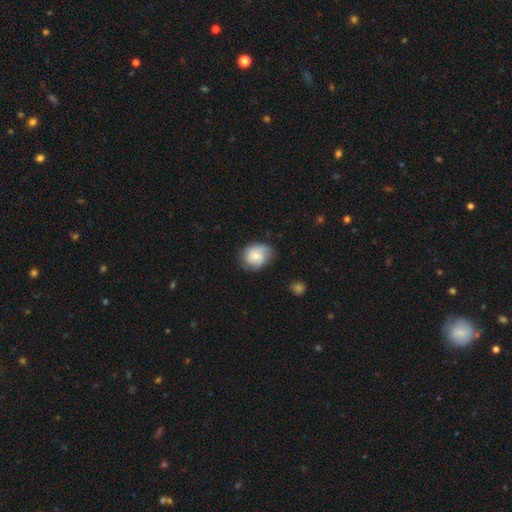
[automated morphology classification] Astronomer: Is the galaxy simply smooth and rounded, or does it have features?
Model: smooth — 61%.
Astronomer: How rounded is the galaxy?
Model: round — 55% (runner-up: in between, 44%).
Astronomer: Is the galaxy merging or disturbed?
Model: none — 66%.